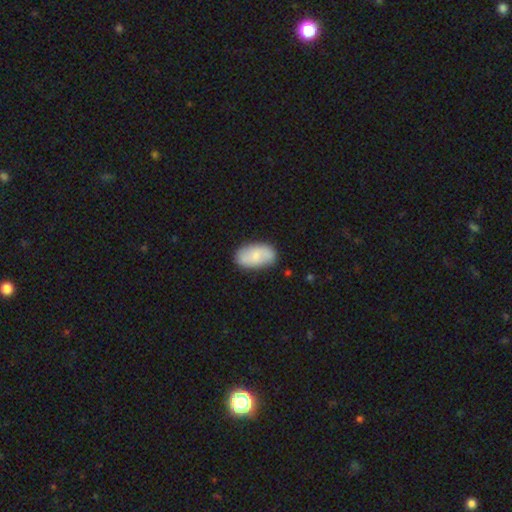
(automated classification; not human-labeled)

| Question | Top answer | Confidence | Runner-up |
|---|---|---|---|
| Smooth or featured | smooth | 68% | featured or disk (26%) |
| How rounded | in between | 93% | round (5%) |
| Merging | none | 81% | minor disturbance (14%) |